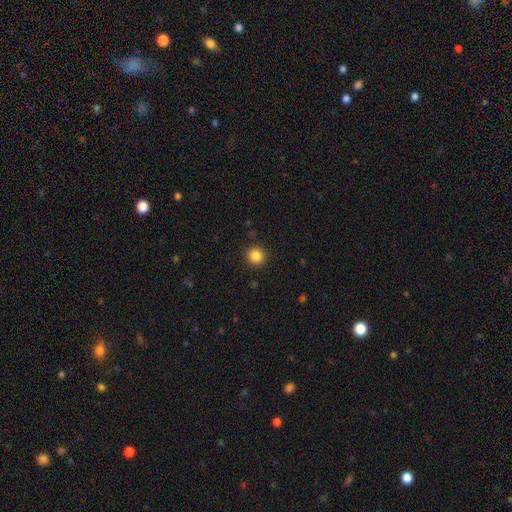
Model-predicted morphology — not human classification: smooth_or_featured: smooth (p=0.85) [alt: star or artifact p=0.11]
how_rounded: round (p=0.94) [alt: in between p=0.05]
merging: none (p=0.91) [alt: minor disturbance p=0.06]